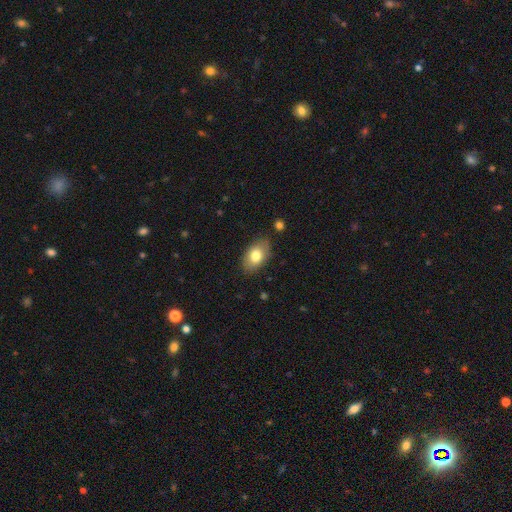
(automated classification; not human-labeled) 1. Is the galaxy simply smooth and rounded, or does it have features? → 78% smooth, 15% featured or disk, 8% star or artifact.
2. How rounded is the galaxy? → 88% in between, 10% round, 1% cigar-shaped.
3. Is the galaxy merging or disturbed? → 83% none, 13% minor disturbance, 3% major disturbance, 2% merger.